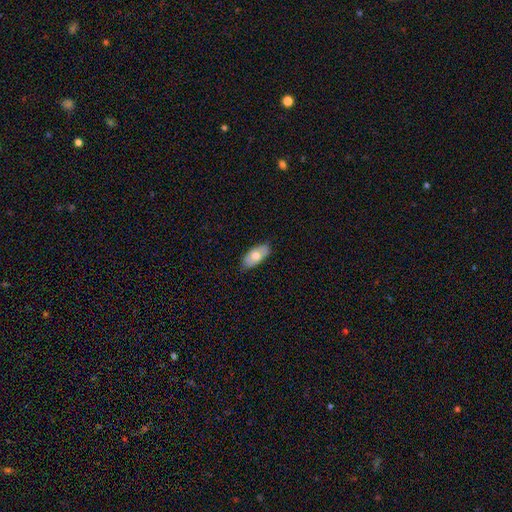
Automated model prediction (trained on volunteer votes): This is likely a smooth galaxy (67%). How rounded: clearly in between (92%). Merging: likely none (80%).